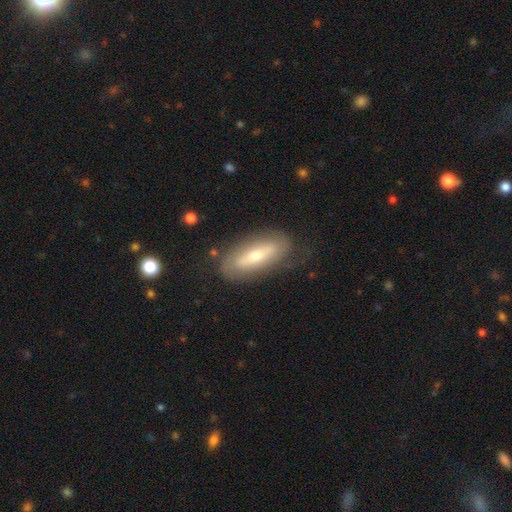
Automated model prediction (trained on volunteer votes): The model was most divided on "smooth or featured": featured or disk: 49%, smooth: 44%, star or artifact: 7%. More confident: merging — none (74%).